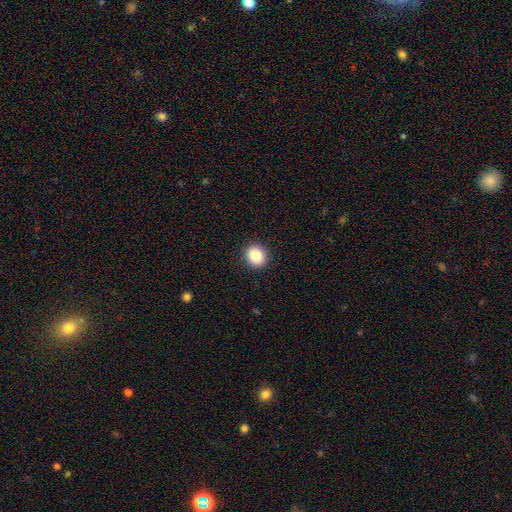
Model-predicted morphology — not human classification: A smooth galaxy with no disk features (85%) that is round (82%).

Vote fractions:
- Smooth or featured? smooth: 85% / star or artifact: 9% / featured or disk: 6%
- How rounded? round: 82% / in between: 17% / cigar-shaped: 1%
- Merging? none: 92% / minor disturbance: 6% / major disturbance: 2% / merger: 1%